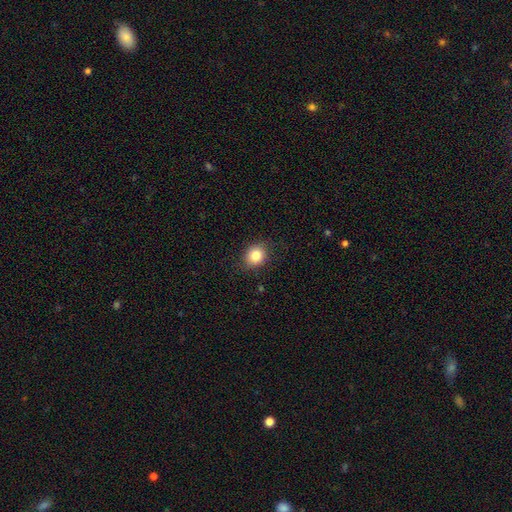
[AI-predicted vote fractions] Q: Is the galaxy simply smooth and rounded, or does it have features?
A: smooth — 83%.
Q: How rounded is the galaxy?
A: round — 64%.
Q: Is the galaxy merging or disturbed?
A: none — 85%.